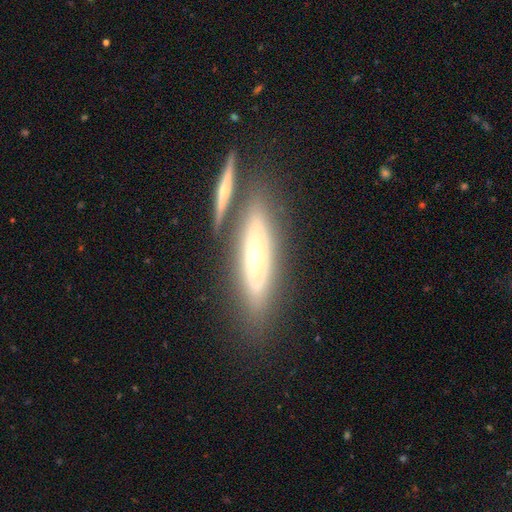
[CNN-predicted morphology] Overall: featured or disk (57%; smooth 34%). Edge-on disk: yes (58%; no 42%). Merging: none (68%).